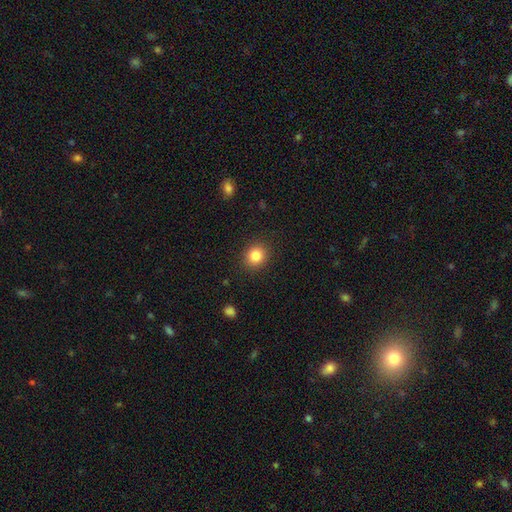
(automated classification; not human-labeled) Q: Smooth or featured?
A: smooth (84%); runner-up: star or artifact (10%)
Q: How rounded?
A: round (79%); runner-up: in between (20%)
Q: Merging?
A: none (89%); runner-up: minor disturbance (7%)